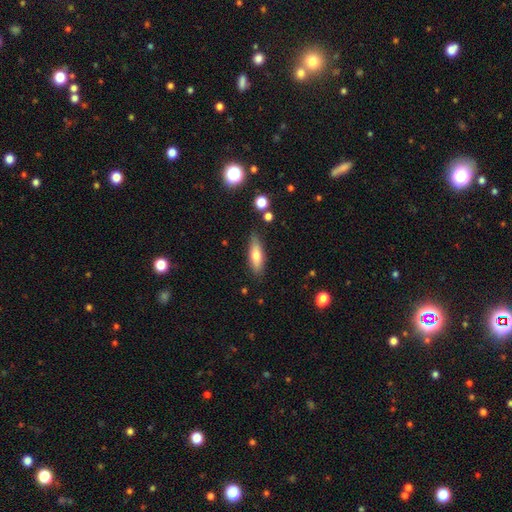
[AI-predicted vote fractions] This appears to be a smooth galaxy with no disk features (69%) that is in between round and cigar-shaped (53%). Merging: none (81%).